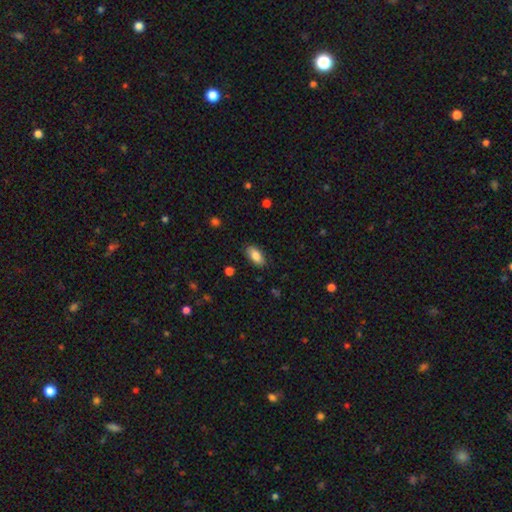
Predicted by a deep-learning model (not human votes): Smooth or featured?
  - smooth: 82% *
  - featured or disk: 11%
  - star or artifact: 7%
How rounded?
  - in between: 90% *
  - cigar-shaped: 7%
  - round: 3%
Merging?
  - none: 83% *
  - minor disturbance: 13%
  - major disturbance: 3%
  - merger: 1%